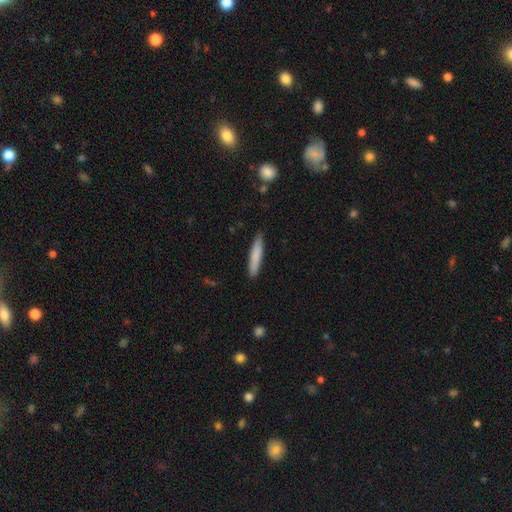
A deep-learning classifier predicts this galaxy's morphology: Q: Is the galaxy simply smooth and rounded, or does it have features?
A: smooth — 79%.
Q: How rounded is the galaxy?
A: cigar-shaped — 90%.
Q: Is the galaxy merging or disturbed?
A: none — 86%.